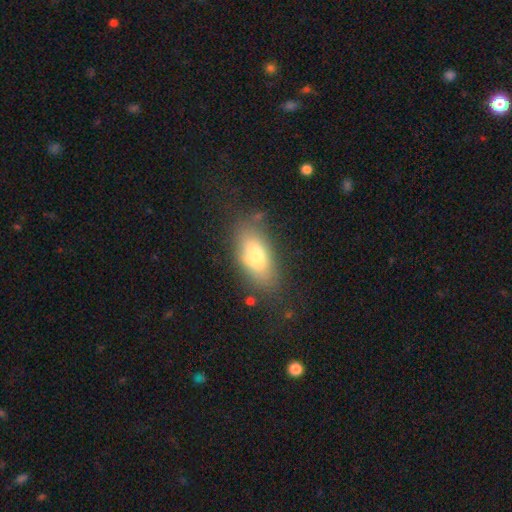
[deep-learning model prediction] Smooth or featured: smooth — 73% (featured or disk — 18%)
How rounded: in between — 85% (cigar-shaped — 10%)
Merging: none — 74% (minor disturbance — 17%)